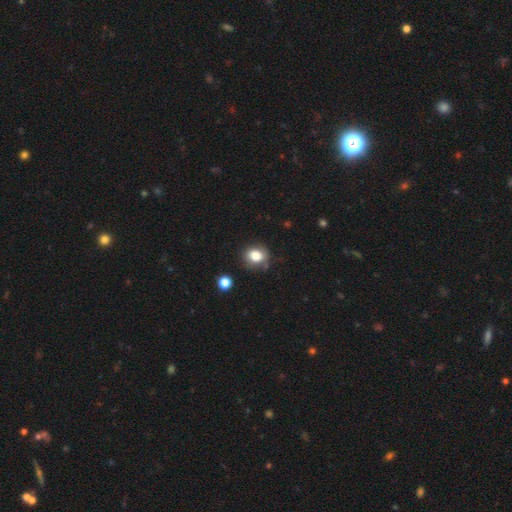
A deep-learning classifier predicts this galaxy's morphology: Overall: smooth (80%). How rounded: round (65%; in between 35%). Merging: none (74%).